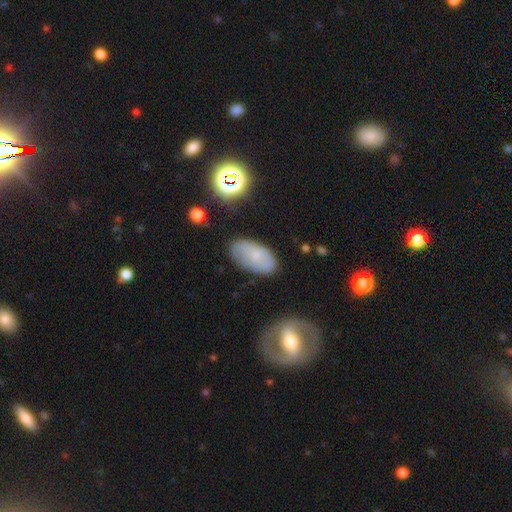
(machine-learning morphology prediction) smooth-or-featured: smooth: 62% | featured or disk: 27% | star or artifact: 11%
  how-rounded: in between: 93% | round: 5% | cigar-shaped: 2%
  merging: none: 72% | minor disturbance: 20% | major disturbance: 6% | merger: 3%